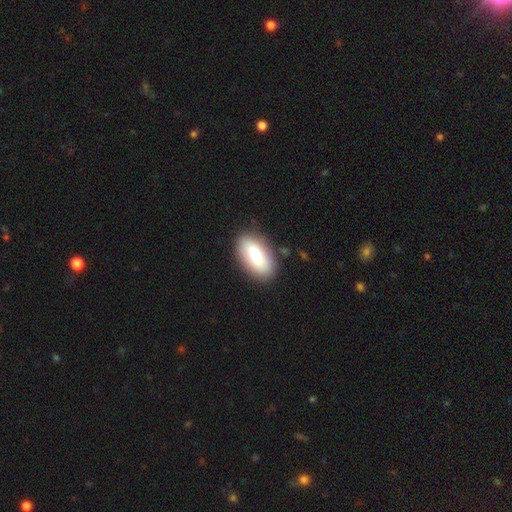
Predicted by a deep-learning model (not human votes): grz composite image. It shows a smooth galaxy with no disk features (76%) that is in between round and cigar-shaped (86%). Merging: none (81%).